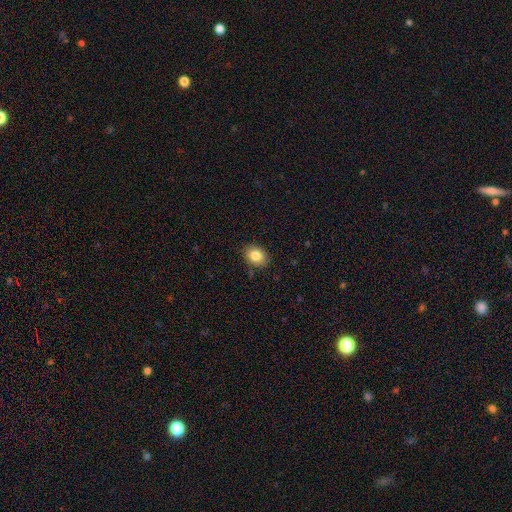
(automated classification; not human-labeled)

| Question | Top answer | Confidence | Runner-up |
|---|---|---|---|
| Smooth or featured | smooth | 84% | star or artifact (9%) |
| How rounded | in between | 64% | round (35%) |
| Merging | none | 87% | minor disturbance (10%) |